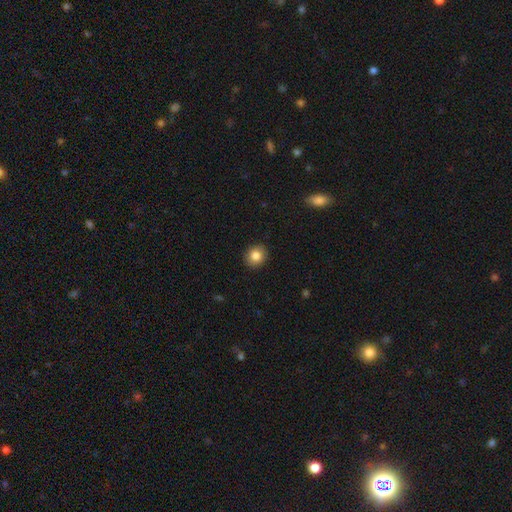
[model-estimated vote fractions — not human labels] smooth-or-featured: smooth: 85% | star or artifact: 9% | featured or disk: 6%
  how-rounded: round: 80% | in between: 19% | cigar-shaped: 1%
  merging: none: 90% | minor disturbance: 7% | major disturbance: 2% | merger: 1%